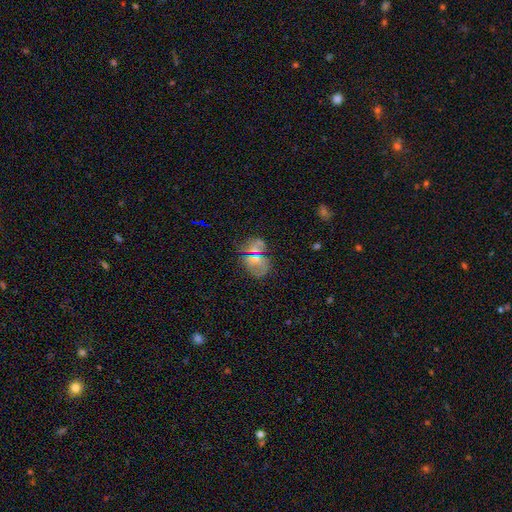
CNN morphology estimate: A smooth galaxy with no disk features (38%). Merging: none (61%).